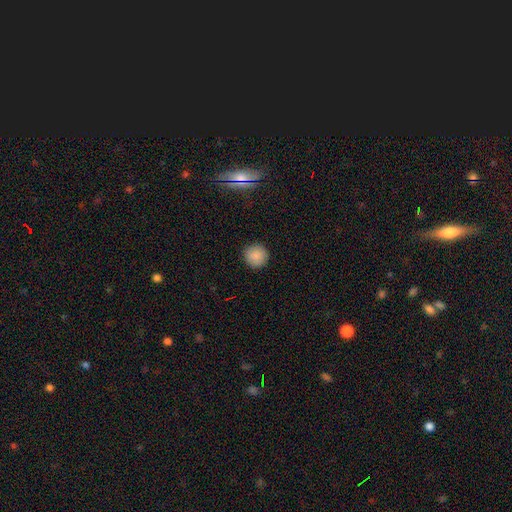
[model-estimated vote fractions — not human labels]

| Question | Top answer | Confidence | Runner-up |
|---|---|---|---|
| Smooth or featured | smooth | 87% | star or artifact (10%) |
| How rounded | round | 95% | in between (4%) |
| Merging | none | 92% | minor disturbance (6%) |